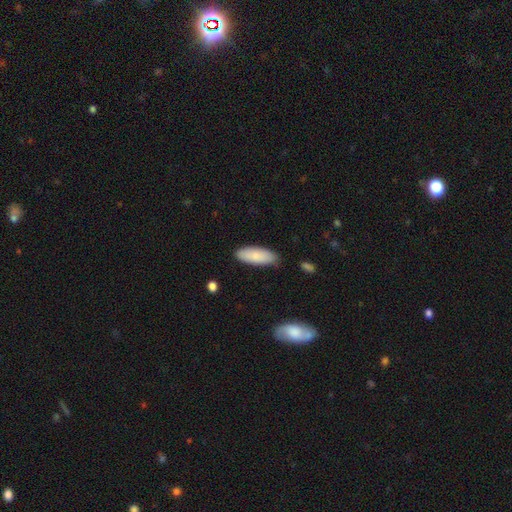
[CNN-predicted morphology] smooth-or-featured: smooth: 83% | featured or disk: 11% | star or artifact: 6%
  how-rounded: in between: 72% | cigar-shaped: 26% | round: 2%
  merging: none: 83% | minor disturbance: 14% | major disturbance: 2% | merger: 2%